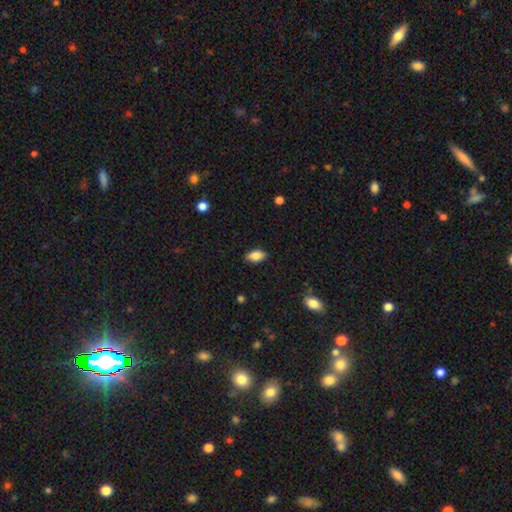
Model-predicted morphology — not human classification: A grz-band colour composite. It shows a smooth galaxy with no disk features (85%) that is in between round and cigar-shaped (91%). Merging: none (87%).